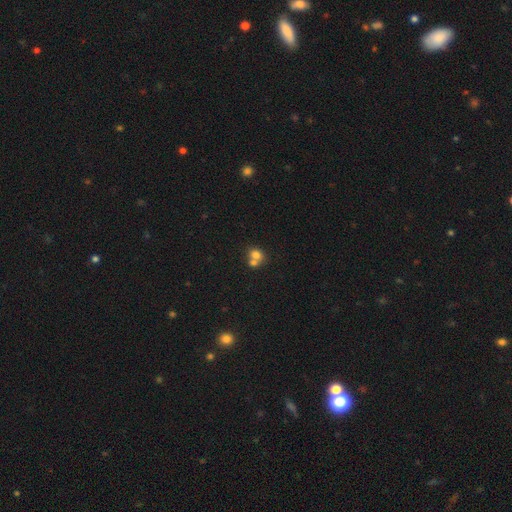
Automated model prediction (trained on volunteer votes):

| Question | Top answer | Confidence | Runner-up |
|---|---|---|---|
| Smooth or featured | smooth | 74% | featured or disk (14%) |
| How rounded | round | 60% | in between (39%) |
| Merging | merger | 59% | none (32%) |